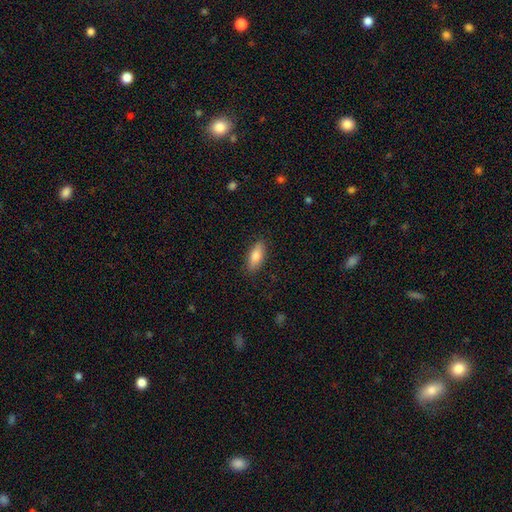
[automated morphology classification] A smooth galaxy with no disk features (82%) that is in between round and cigar-shaped (74%). Merging: none (87%).